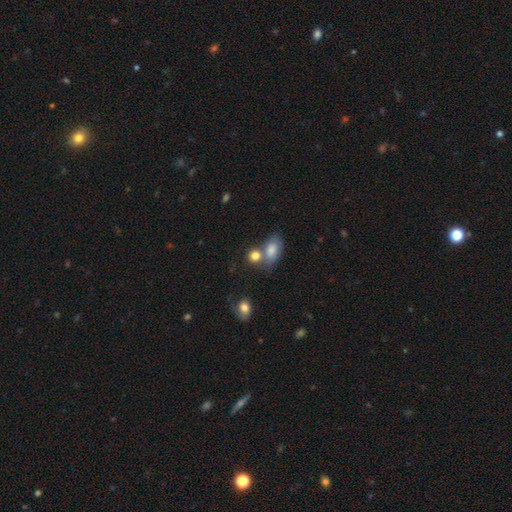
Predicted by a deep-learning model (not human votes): Smooth or featured? smooth (81%)
How rounded? round (54%)
Merging? none (46%)